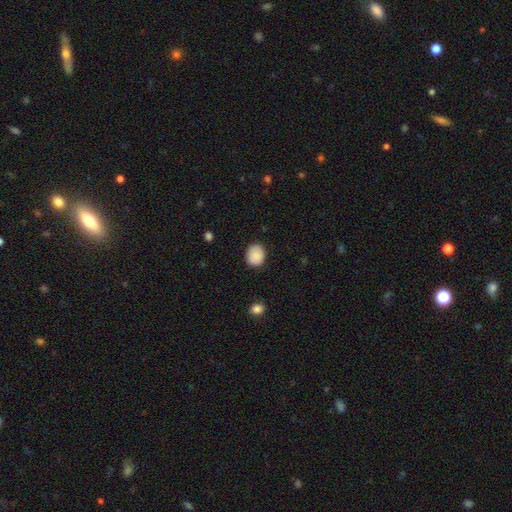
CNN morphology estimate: Smooth or featured? Predicted: smooth (p=0.88). How rounded? Predicted: round (p=0.60). Merging? Predicted: none (p=0.83).